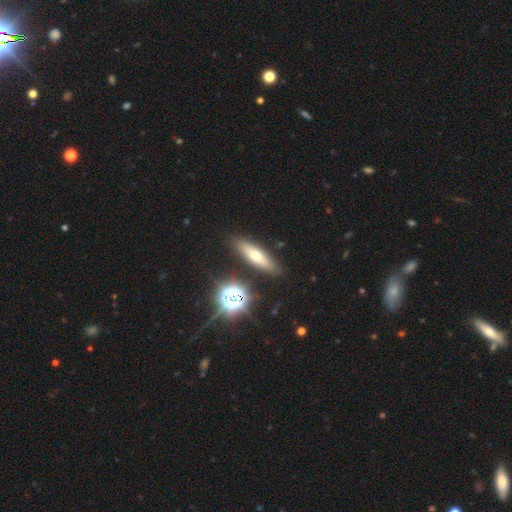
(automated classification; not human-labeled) This is possibly a smooth galaxy (52%). How rounded: possibly cigar-shaped (60%). Merging: clearly none (86%).